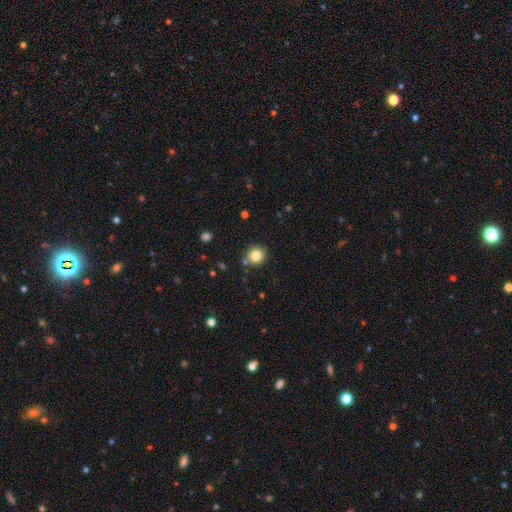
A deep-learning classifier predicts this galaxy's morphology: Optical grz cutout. It shows a smooth galaxy with no disk features (82%) that is round (92%). Merging: none (84%).